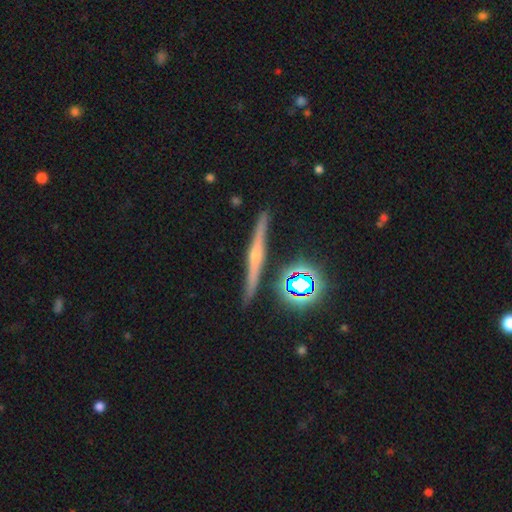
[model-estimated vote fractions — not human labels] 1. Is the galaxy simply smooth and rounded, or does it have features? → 68% featured or disk, 18% smooth, 15% star or artifact.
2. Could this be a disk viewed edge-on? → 96% yes, 4% no.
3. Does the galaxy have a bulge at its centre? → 83% rounded, 12% none, 5% boxy.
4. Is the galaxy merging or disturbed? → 88% none, 8% minor disturbance, 2% merger, 2% major disturbance.